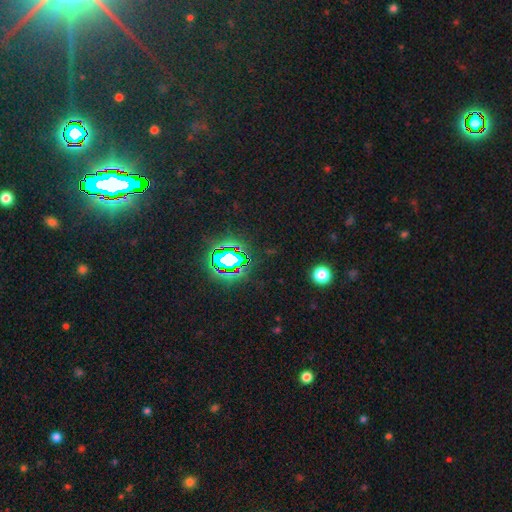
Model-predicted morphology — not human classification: Overall: star or artifact (82%).